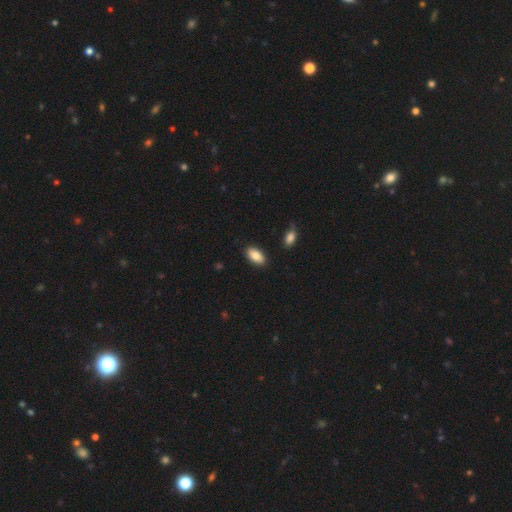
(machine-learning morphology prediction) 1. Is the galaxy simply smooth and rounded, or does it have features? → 86% smooth, 8% featured or disk, 7% star or artifact.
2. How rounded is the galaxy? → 93% in between, 4% cigar-shaped, 3% round.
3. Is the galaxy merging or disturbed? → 87% none, 9% minor disturbance, 2% major disturbance, 2% merger.